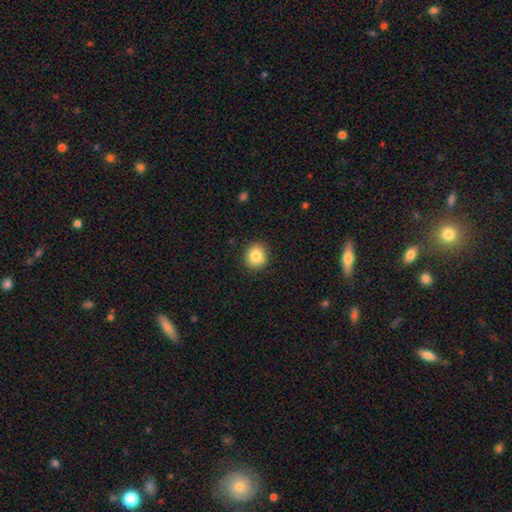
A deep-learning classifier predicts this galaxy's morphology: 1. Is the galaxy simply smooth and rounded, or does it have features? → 83% smooth, 10% star or artifact, 8% featured or disk.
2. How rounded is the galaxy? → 82% round, 17% in between, 1% cigar-shaped.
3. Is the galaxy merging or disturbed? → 88% none, 8% minor disturbance, 2% major disturbance, 1% merger.